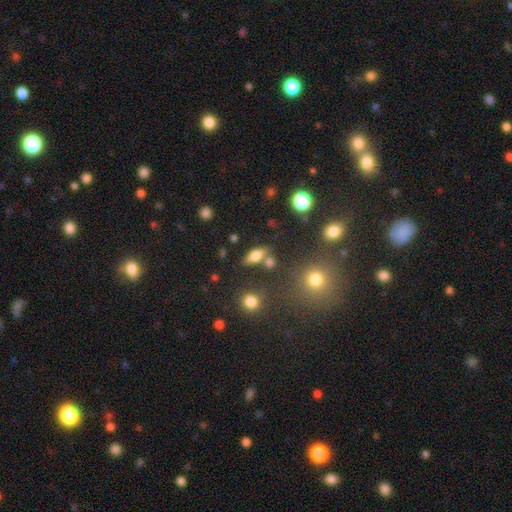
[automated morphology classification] Q: Smooth or featured?
A: smooth (65%); runner-up: featured or disk (24%)
Q: How rounded?
A: in between (71%); runner-up: cigar-shaped (21%)
Q: Merging?
A: none (66%); runner-up: merger (16%)